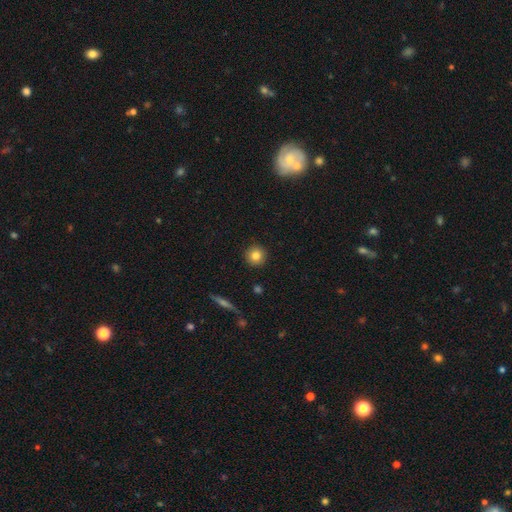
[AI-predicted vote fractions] A smooth galaxy with no disk features (82%) that is round (95%).

Vote fractions:
- Smooth or featured? smooth: 82% / star or artifact: 10% / featured or disk: 8%
- How rounded? round: 95% / in between: 4% / cigar-shaped: 1%
- Merging? none: 92% / minor disturbance: 5% / major disturbance: 2% / merger: 1%